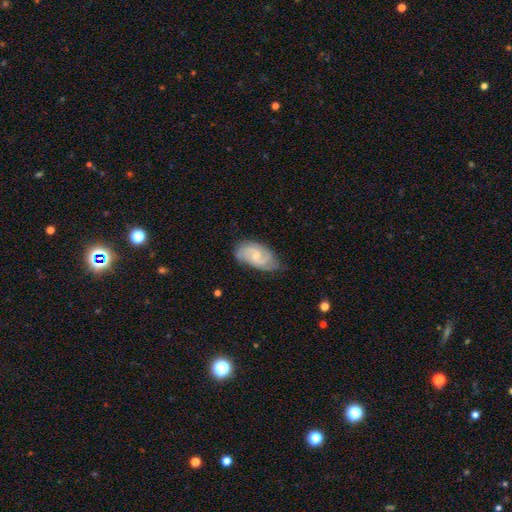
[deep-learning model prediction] Overall: featured or disk (75%). Edge-on disk: no (97%). Bar: weak (52%; no 40%). Spiral arms: yes (95%). Spiral arm count: 2 (72%). Spiral winding: medium (48%; tight 36%). Bulge size: small (58%; moderate 29%). Merging: none (69%).